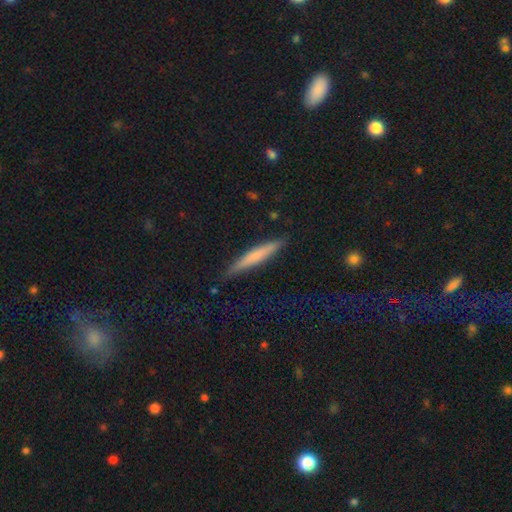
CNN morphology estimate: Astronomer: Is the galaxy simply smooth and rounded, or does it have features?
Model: smooth — 59%.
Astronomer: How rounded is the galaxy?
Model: cigar-shaped — 94%.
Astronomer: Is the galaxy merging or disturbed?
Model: none — 86%.